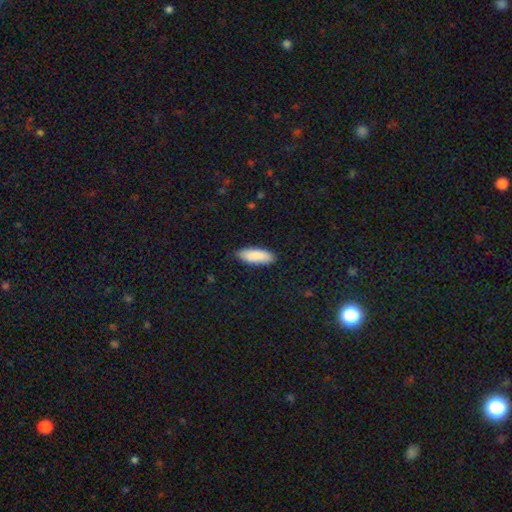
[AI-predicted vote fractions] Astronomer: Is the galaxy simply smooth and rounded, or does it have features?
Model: smooth — 89%.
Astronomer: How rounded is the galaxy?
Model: in between — 68%.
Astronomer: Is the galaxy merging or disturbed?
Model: none — 85%.